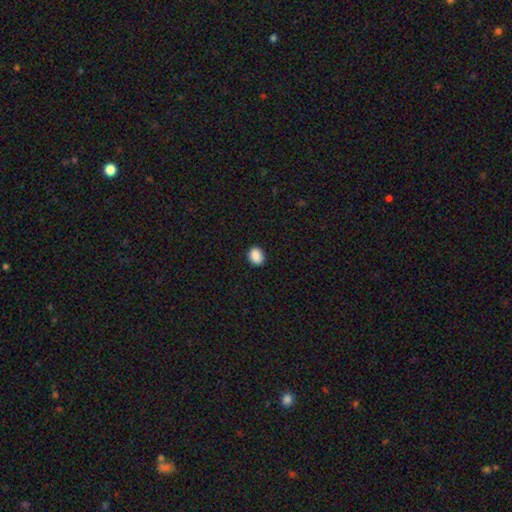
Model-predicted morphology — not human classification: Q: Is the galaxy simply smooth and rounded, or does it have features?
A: smooth — 89%.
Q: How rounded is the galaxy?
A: in between — 50%.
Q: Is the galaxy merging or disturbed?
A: none — 90%.